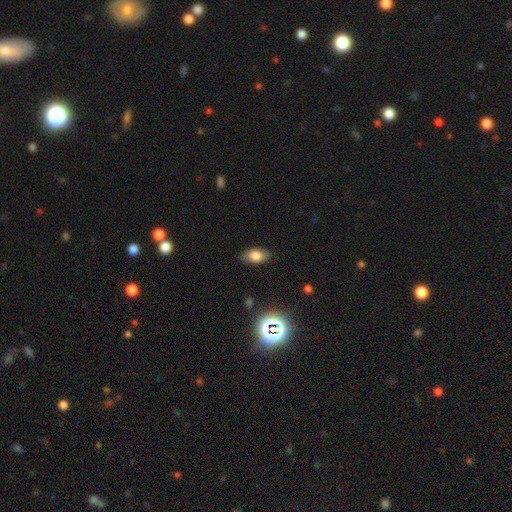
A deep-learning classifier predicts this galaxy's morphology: Smooth or featured? smooth (76%)
How rounded? in between (91%)
Merging? none (84%)